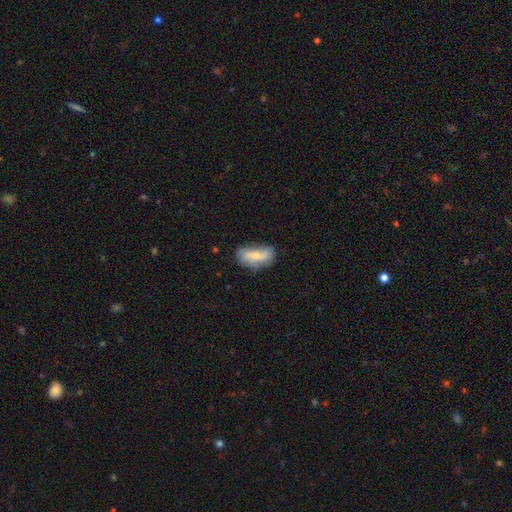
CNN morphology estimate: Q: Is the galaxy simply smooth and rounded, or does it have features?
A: smooth — 53%.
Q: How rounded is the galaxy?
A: in between — 86%.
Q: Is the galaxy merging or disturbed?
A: none — 61%.